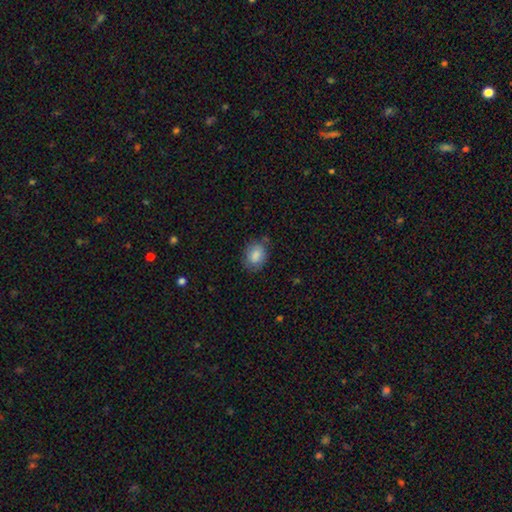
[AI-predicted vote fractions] A smooth galaxy with no disk features (84%) that is in between round and cigar-shaped (58%). Merging: none (72%).